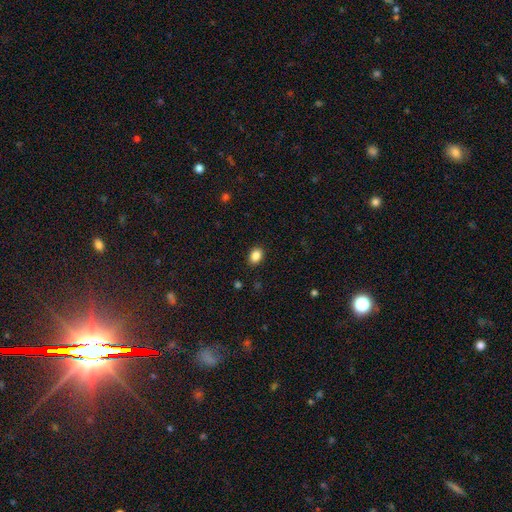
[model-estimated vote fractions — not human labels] Smooth or featured? Predicted: smooth (p=0.87). How rounded? Predicted: in between (p=0.68). Merging? Predicted: none (p=0.89).